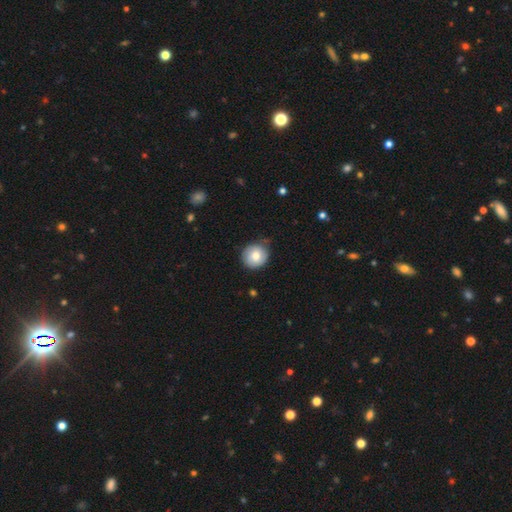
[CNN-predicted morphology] A smooth galaxy with no disk features (73%) that is round (88%).

Vote fractions:
- Smooth or featured? smooth: 73% / featured or disk: 20% / star or artifact: 7%
- How rounded? round: 88% / in between: 11% / cigar-shaped: 1%
- Merging? none: 73% / minor disturbance: 22% / major disturbance: 4% / merger: 2%